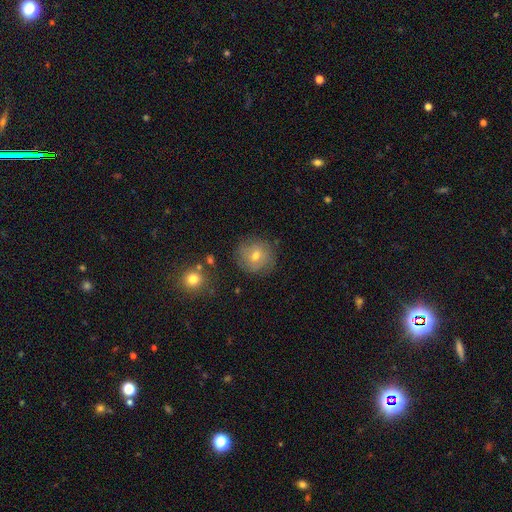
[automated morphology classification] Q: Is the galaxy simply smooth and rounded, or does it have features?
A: smooth — 51%.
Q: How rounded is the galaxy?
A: round — 91%.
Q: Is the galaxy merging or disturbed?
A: none — 81%.